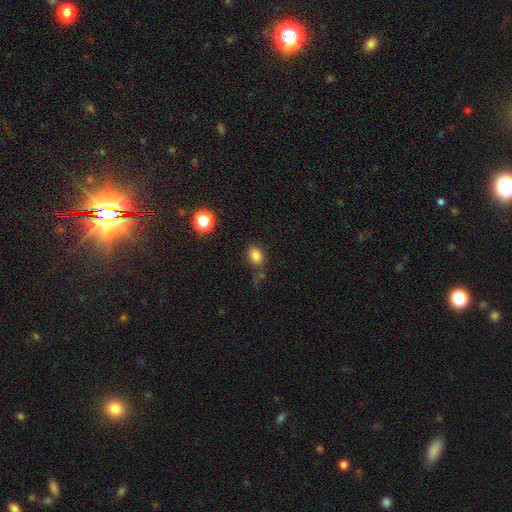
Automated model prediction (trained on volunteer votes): Smooth or featured? Predicted: smooth (p=0.82). How rounded? Predicted: in between (p=0.74). Merging? Predicted: none (p=0.72).